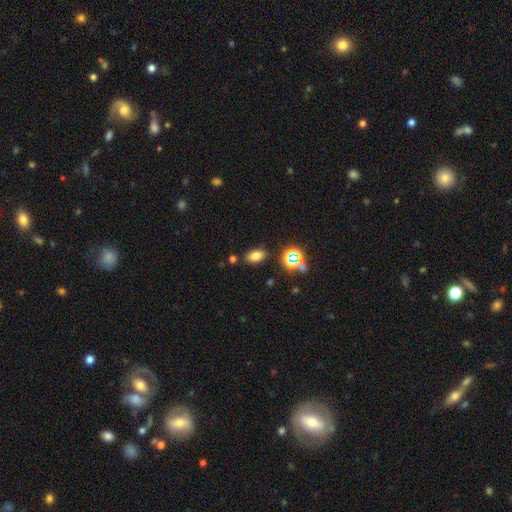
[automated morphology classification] Q: Smooth or featured?
A: smooth (72%); runner-up: star or artifact (20%)
Q: How rounded?
A: in between (86%); runner-up: round (11%)
Q: Merging?
A: none (83%); runner-up: minor disturbance (10%)